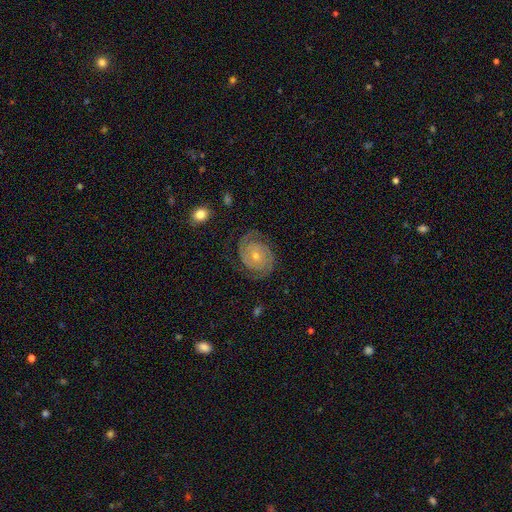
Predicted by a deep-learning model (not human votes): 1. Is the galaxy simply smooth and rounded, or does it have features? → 87% featured or disk, 7% smooth, 6% star or artifact.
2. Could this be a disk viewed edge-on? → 98% no, 2% yes.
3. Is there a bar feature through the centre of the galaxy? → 72% no, 21% weak, 6% strong.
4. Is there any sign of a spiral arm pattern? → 97% yes, 3% no.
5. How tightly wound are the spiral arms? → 73% tight, 23% medium, 4% loose.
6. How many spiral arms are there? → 79% 2, 7% 3, 7% can't tell, 2% 1, 2% 4, 2% more than 4.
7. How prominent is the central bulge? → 60% small, 36% moderate, 2% none, 2% large, 1% dominant.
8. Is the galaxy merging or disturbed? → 83% none, 12% minor disturbance, 4% major disturbance, 1% merger.